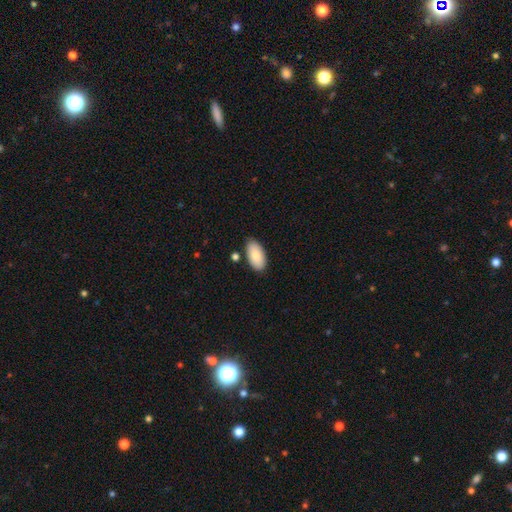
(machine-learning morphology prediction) Overall: smooth (85%). How rounded: in between (95%). Merging: none (82%).